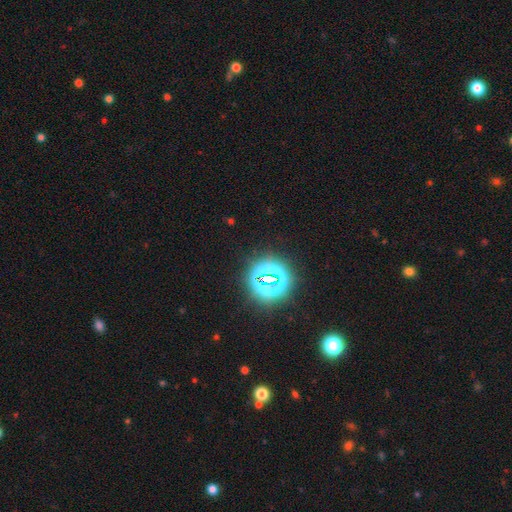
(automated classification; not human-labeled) smooth-or-featured: star or artifact: 80% | smooth: 15% | featured or disk: 5%